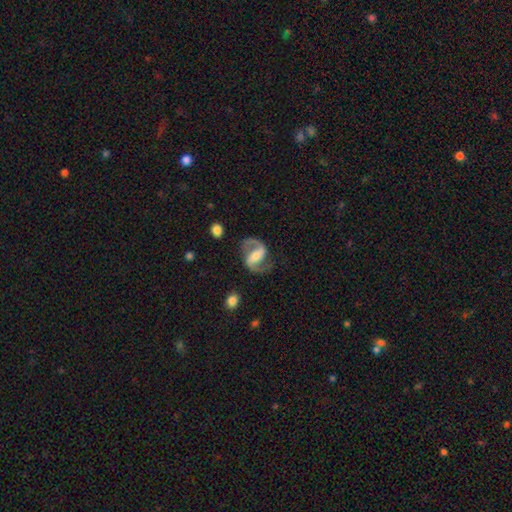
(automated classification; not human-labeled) This is clearly a featured or disk galaxy (89%). It is clearly not viewed edge-on (98%). Bar: possibly strong (54%). Spiral arm pattern: clearly yes (96%). Spiral arm count: clearly 2 (92%). Spiral winding: possibly medium (56%). Central bulge: marginally moderate (40%). Merging: likely none (76%).